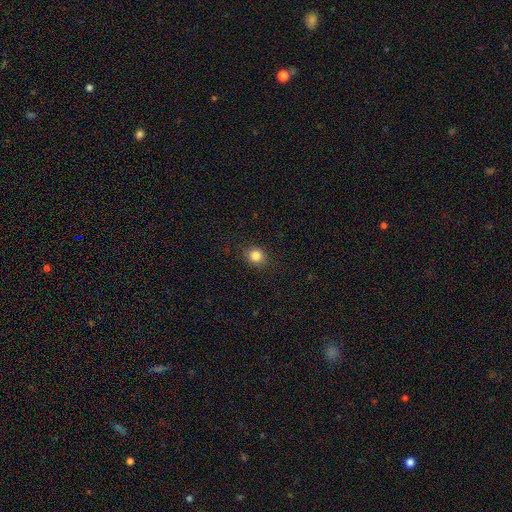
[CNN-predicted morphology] smooth-or-featured: smooth: 84% | star or artifact: 11% | featured or disk: 5%
  how-rounded: round: 80% | in between: 20% | cigar-shaped: 1%
  merging: none: 89% | minor disturbance: 8% | major disturbance: 2% | merger: 1%